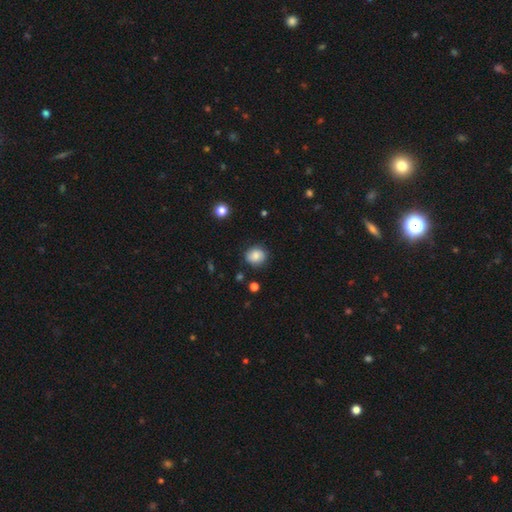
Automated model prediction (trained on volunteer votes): Smooth or featured: smooth — 82% (star or artifact — 9%)
How rounded: round — 76% (in between — 23%)
Merging: none — 83% (minor disturbance — 12%)